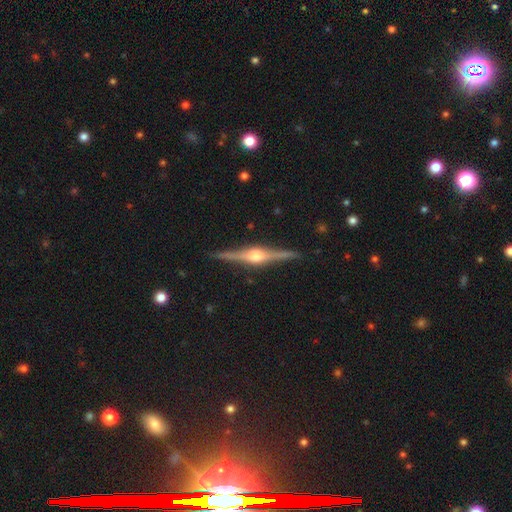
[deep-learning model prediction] smooth_or_featured: featured or disk (p=0.87) [alt: smooth p=0.08]
disk_edge_on: yes (p=0.98) [alt: no p=0.02]
edge_on_bulge: rounded (p=0.90) [alt: boxy p=0.08]
merging: none (p=0.90) [alt: minor disturbance p=0.07]